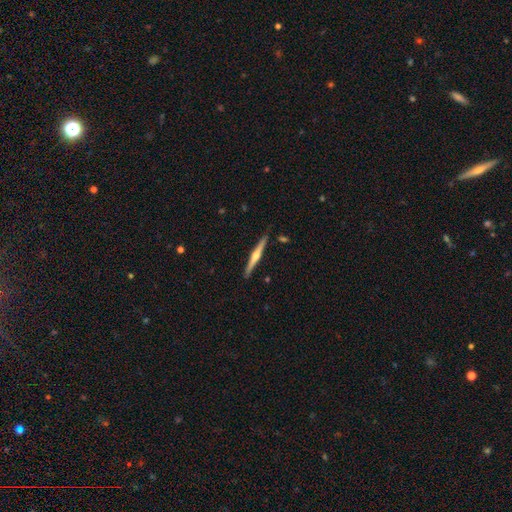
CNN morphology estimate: Q: Smooth or featured?
A: featured or disk (73%); runner-up: smooth (22%)
Q: Edge-on disk?
A: yes (98%); runner-up: no (2%)
Q: Edge-on bulge?
A: rounded (92%); runner-up: none (5%)
Q: Merging?
A: none (89%); runner-up: minor disturbance (8%)